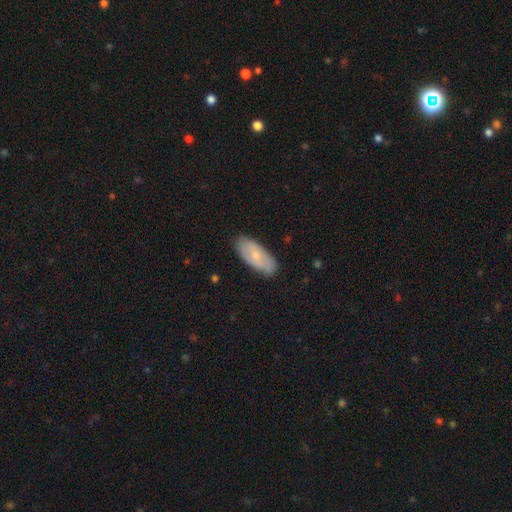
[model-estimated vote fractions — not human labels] This appears to be a smooth galaxy with no disk features (51%) that is in between round and cigar-shaped (85%). Merging: none (82%).